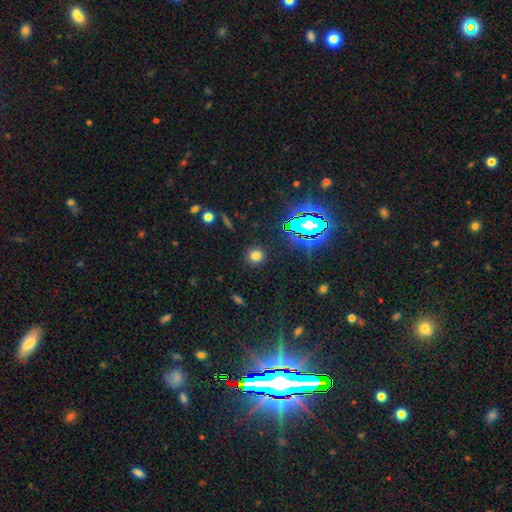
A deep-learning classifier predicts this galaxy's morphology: The model was most divided on "smooth or featured": smooth: 72%, star or artifact: 21%, featured or disk: 7%. More confident: how rounded — round (92%); merging — none (90%).